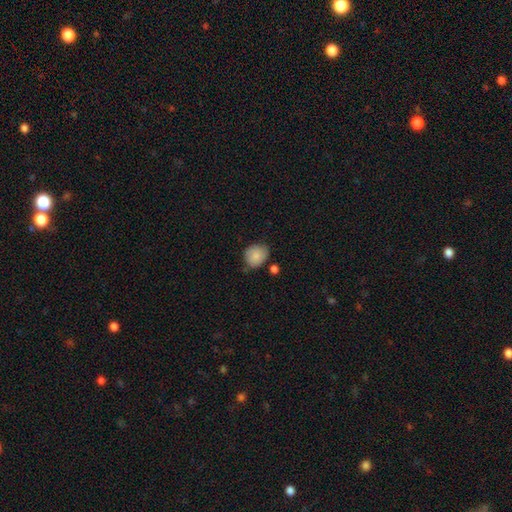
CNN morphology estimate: Smooth or featured? Predicted: smooth (p=0.85). How rounded? Predicted: round (p=0.64). Merging? Predicted: none (p=0.67).